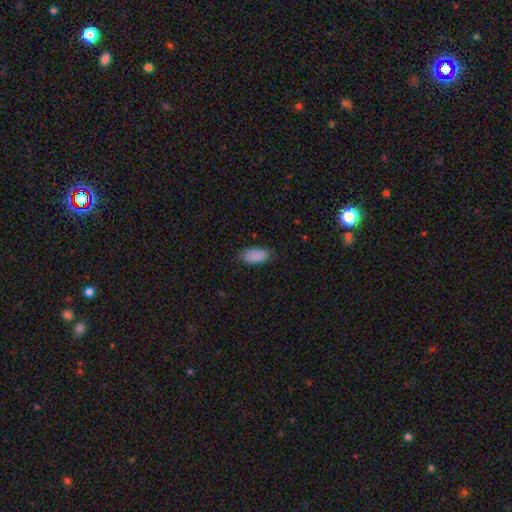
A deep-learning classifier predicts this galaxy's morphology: Smooth or featured? Predicted: smooth (p=0.89). How rounded? Predicted: in between (p=0.92). Merging? Predicted: none (p=0.81).